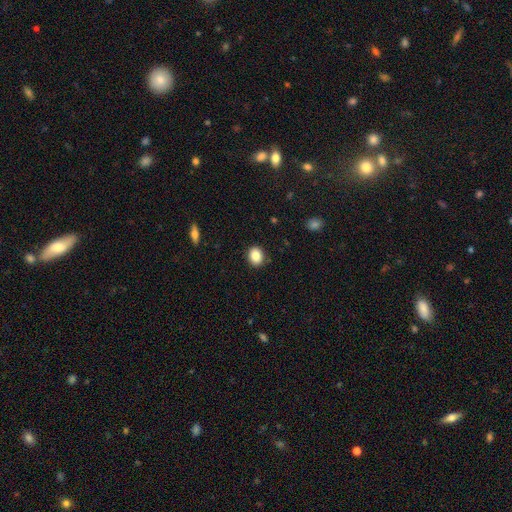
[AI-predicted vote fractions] Smooth or featured: smooth — 87% (star or artifact — 9%)
How rounded: round — 52% (in between — 47%)
Merging: none — 89% (minor disturbance — 8%)